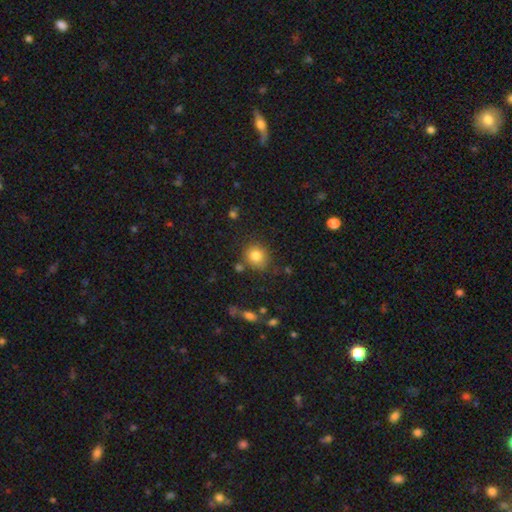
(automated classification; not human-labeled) This appears to be a smooth galaxy with no disk features (83%) that is round (80%). Merging: none (79%).